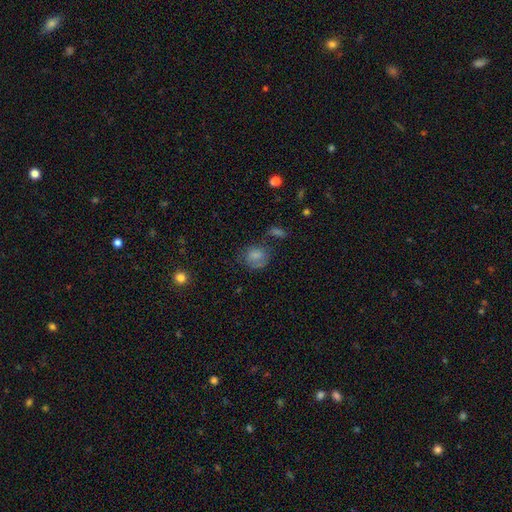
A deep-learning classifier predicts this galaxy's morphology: Overall: smooth (74%). How rounded: round (63%; in between 36%). Merging: none (49%; minor disturbance 25%).